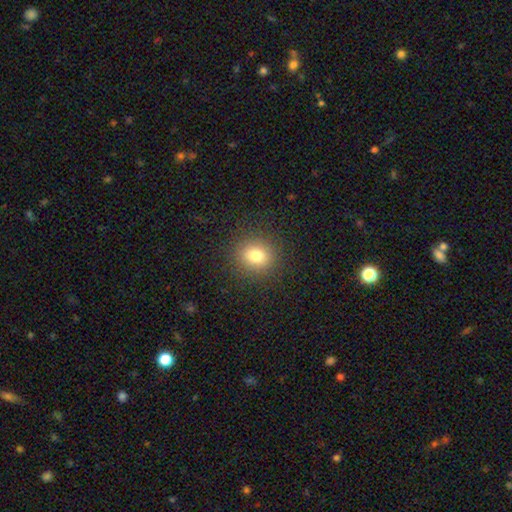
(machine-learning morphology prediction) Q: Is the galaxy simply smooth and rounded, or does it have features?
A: smooth — 78%.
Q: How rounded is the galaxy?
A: round — 80%.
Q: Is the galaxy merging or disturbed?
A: none — 90%.